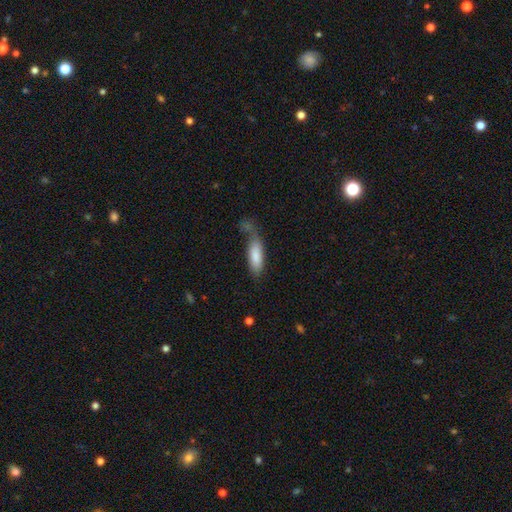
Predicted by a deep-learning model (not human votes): Morphology: type=smooth (81%); roundness=in between (65%); merging=none (35%).